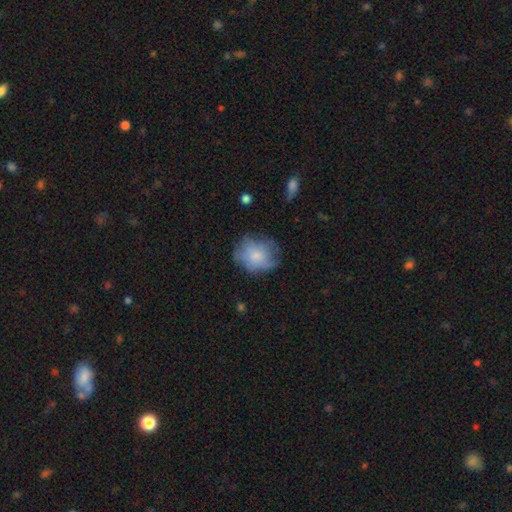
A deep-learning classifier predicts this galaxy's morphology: smooth-or-featured: smooth: 65% | featured or disk: 26% | star or artifact: 9%
  how-rounded: round: 61% | in between: 38% | cigar-shaped: 1%
  merging: none: 57% | minor disturbance: 28% | major disturbance: 13% | merger: 2%